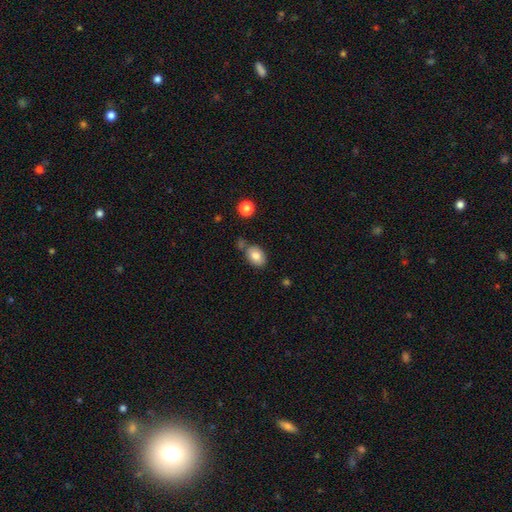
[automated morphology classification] A smooth galaxy with no disk features (81%) that is in between round and cigar-shaped (81%).

Vote fractions:
- Smooth or featured? smooth: 81% / featured or disk: 11% / star or artifact: 8%
- How rounded? in between: 81% / round: 18% / cigar-shaped: 1%
- Merging? none: 68% / minor disturbance: 16% / merger: 12% / major disturbance: 4%